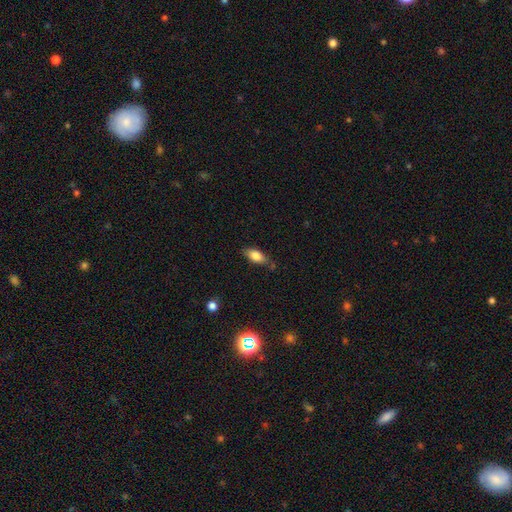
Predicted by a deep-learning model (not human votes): This appears to be a smooth galaxy with no disk features (81%) that is in between round and cigar-shaped (85%). Merging: none (72%).